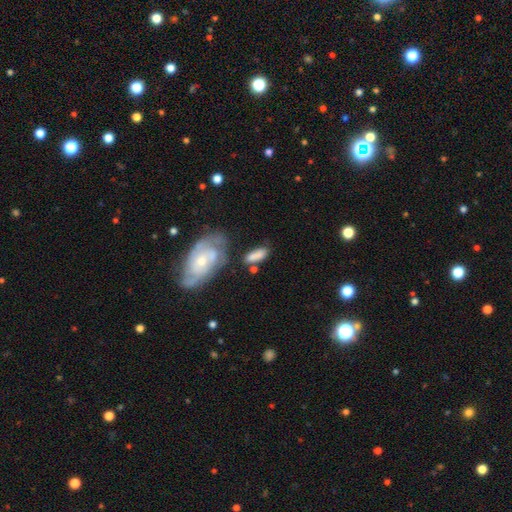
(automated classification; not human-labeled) smooth-or-featured: smooth: 75% | featured or disk: 18% | star or artifact: 7%
  how-rounded: in between: 73% | cigar-shaped: 24% | round: 4%
  merging: none: 53% | minor disturbance: 21% | merger: 17% | major disturbance: 9%